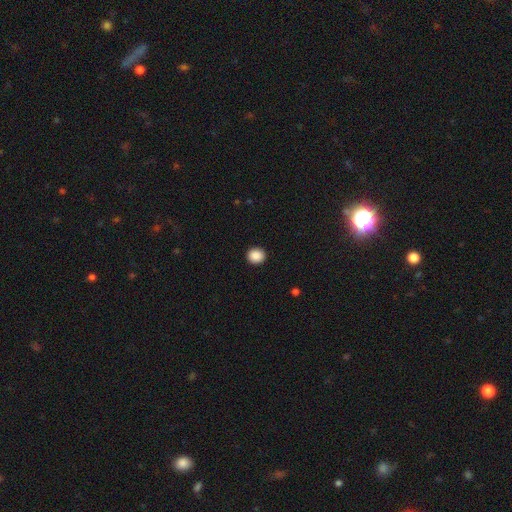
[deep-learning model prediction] Smooth or featured? smooth (89%)
How rounded? round (85%)
Merging? none (92%)